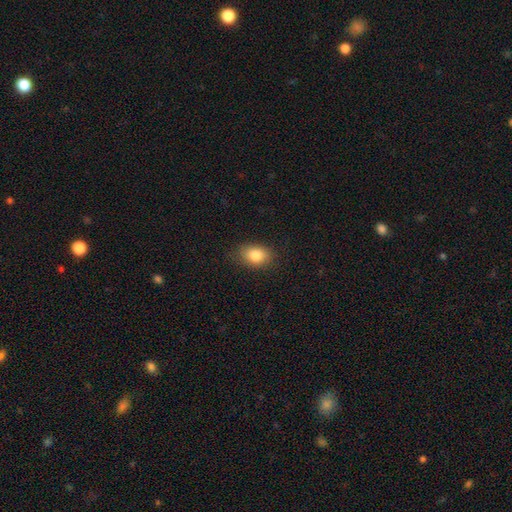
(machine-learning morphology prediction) A smooth galaxy with no disk features (83%) that is in between round and cigar-shaped (80%).

Vote fractions:
- Smooth or featured? smooth: 83% / star or artifact: 9% / featured or disk: 8%
- How rounded? in between: 80% / round: 19% / cigar-shaped: 1%
- Merging? none: 83% / minor disturbance: 13% / major disturbance: 3% / merger: 1%